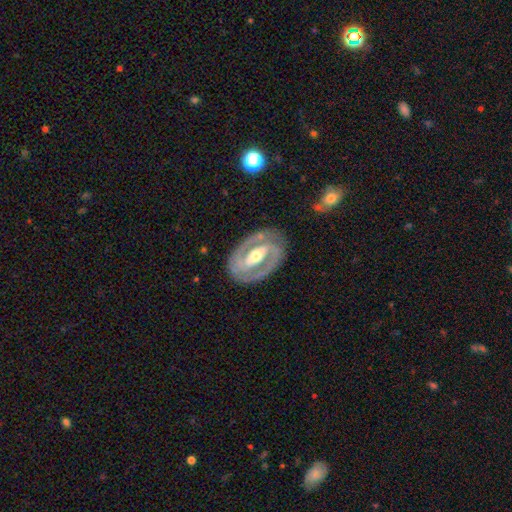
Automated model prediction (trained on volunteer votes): Smooth or featured: featured or disk — 86% (smooth — 10%)
Edge-on disk: no — 95% (yes — 5%)
Bar: strong — 57% (weak — 27%)
Spiral arms: yes — 84% (no — 16%)
Spiral winding: tight — 53% (medium — 38%)
Spiral arm count: 2 — 86% (can't tell — 6%)
Bulge size: moderate — 64% (small — 25%)
Merging: none — 82% (minor disturbance — 12%)